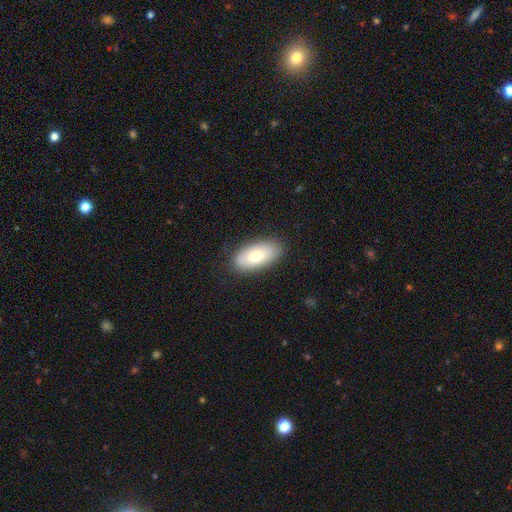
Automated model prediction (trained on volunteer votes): Morphology: type=smooth (73%); roundness=in between (92%); merging=none (86%).